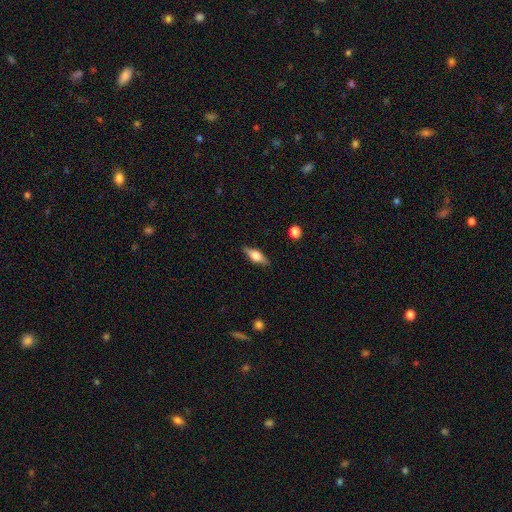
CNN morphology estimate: smooth_or_featured: featured or disk (p=0.52) [alt: smooth p=0.41]
disk_edge_on: yes (p=0.94) [alt: no p=0.06]
merging: none (p=0.87) [alt: minor disturbance p=0.10]